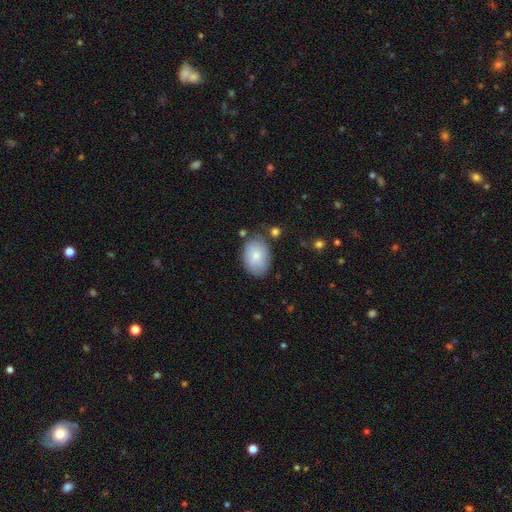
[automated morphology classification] smooth_or_featured: smooth (p=0.78) [alt: featured or disk p=0.15]
how_rounded: in between (p=0.82) [alt: round p=0.17]
merging: none (p=0.75) [alt: minor disturbance p=0.18]